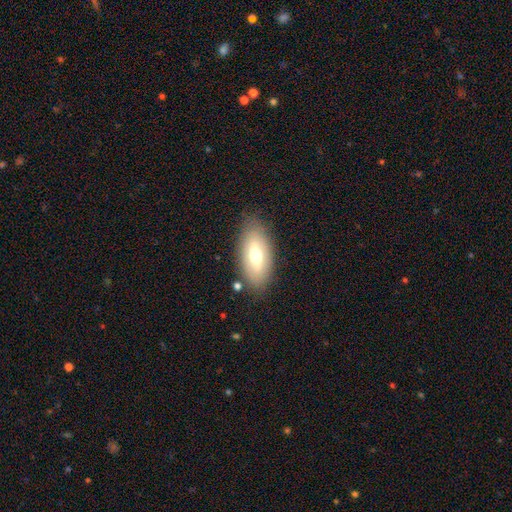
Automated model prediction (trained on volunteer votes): A smooth galaxy with no disk features (54%) that is in between round and cigar-shaped (86%).

Vote fractions:
- Smooth or featured? smooth: 54% / featured or disk: 39% / star or artifact: 7%
- How rounded? in between: 86% / cigar-shaped: 12% / round: 3%
- Merging? none: 82% / minor disturbance: 12% / major disturbance: 4% / merger: 2%